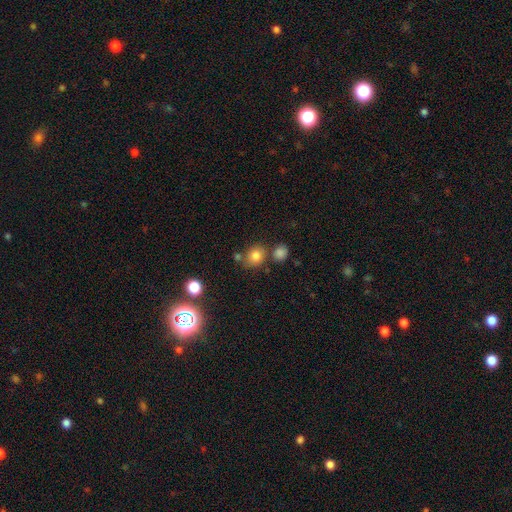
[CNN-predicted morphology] type=smooth (80%); roundness=round (70%); merging=none (68%).